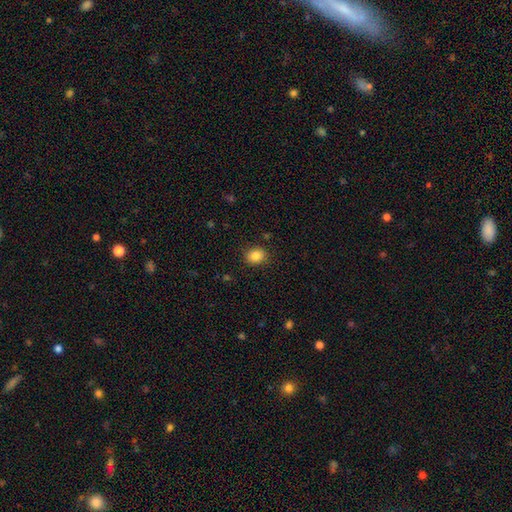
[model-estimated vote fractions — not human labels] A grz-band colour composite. It shows a smooth galaxy with no disk features (85%) that is round (52%). Merging: none (87%).